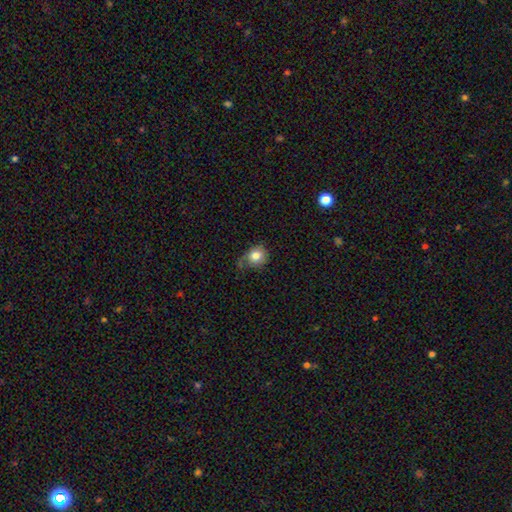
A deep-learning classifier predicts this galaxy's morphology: A smooth galaxy with no disk features (80%) that is round (72%).

Vote fractions:
- Smooth or featured? smooth: 80% / featured or disk: 11% / star or artifact: 9%
- How rounded? round: 72% / in between: 27% / cigar-shaped: 1%
- Merging? none: 49% / minor disturbance: 32% / major disturbance: 14% / merger: 4%